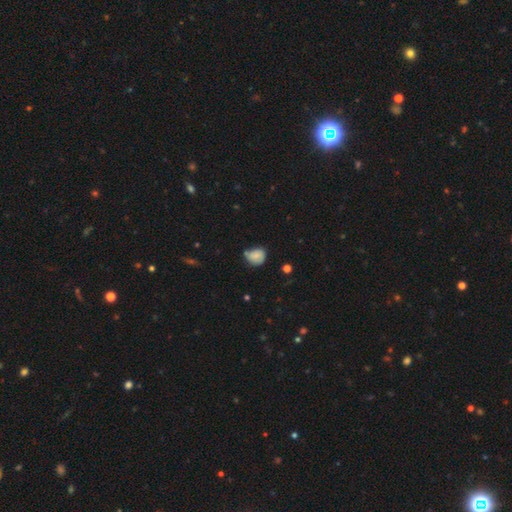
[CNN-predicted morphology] A smooth galaxy with no disk features (75%) that is round (68%). Merging: none (49%).